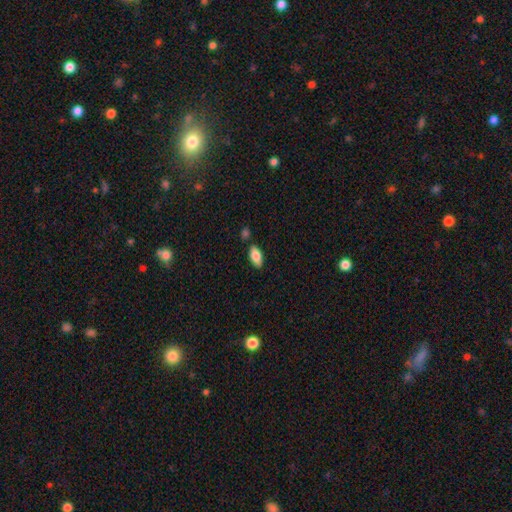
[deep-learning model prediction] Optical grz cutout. It shows a smooth galaxy with no disk features (82%) that is in between round and cigar-shaped (90%). Merging: none (80%).